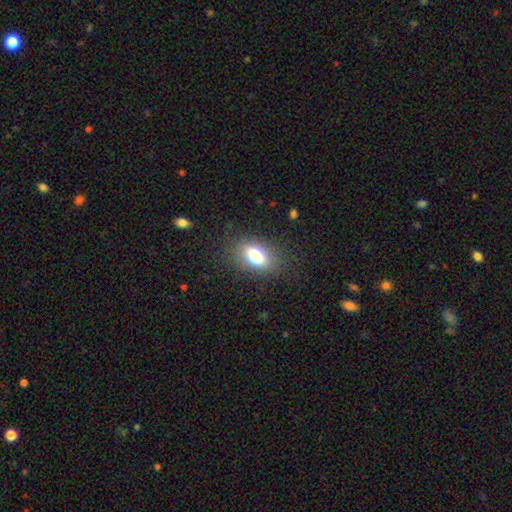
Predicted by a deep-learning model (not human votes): Smooth or featured? Predicted: smooth (p=0.76). How rounded? Predicted: in between (p=0.84). Merging? Predicted: none (p=0.83).